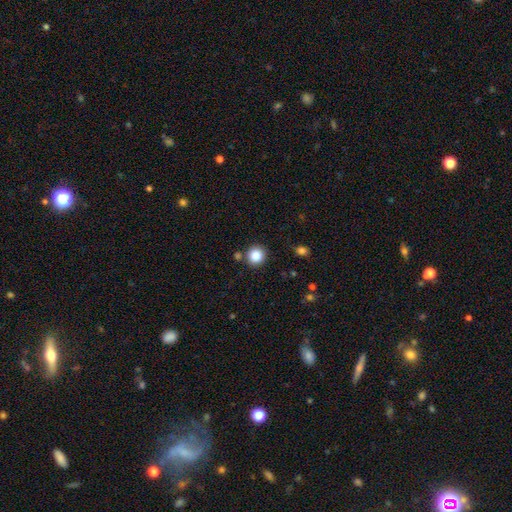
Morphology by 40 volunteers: A smooth galaxy with no disk features (90%) that is round (97%).

Vote fractions:
- Smooth or featured? smooth: 90% / star or artifact: 10% / featured or disk: 0%
- How rounded? round: 97% / in between: 3% / cigar-shaped: 0%
- Merging? none: 86% / minor disturbance: 8% / merger: 6% / major disturbance: 0%